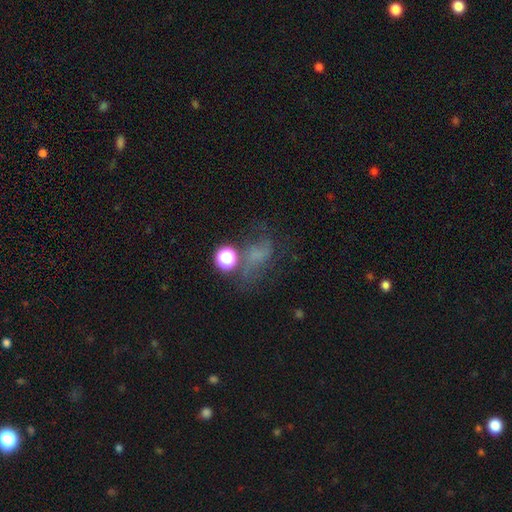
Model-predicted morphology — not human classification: Smooth or featured: smooth — 48% (star or artifact — 27%)
Merging: none — 38% (major disturbance — 33%)